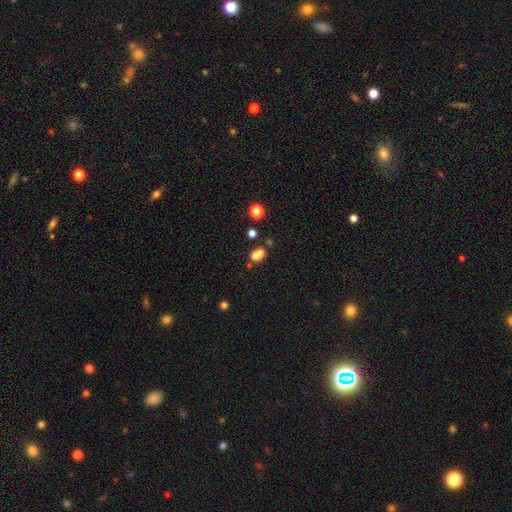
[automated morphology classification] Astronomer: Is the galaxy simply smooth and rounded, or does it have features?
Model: smooth — 67%.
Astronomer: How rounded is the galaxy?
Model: round — 57% (runner-up: in between, 41%).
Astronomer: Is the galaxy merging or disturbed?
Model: merger — 50% (runner-up: none, 35%).